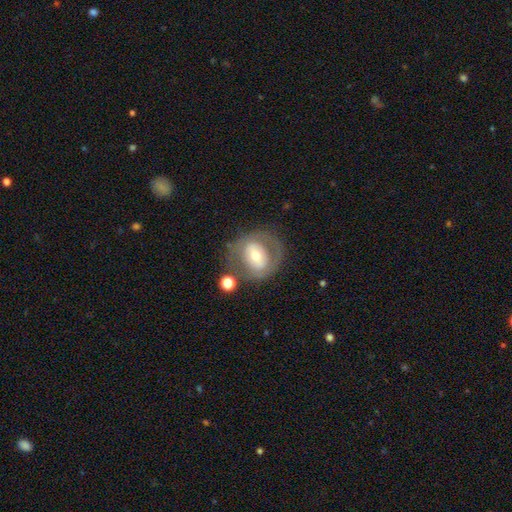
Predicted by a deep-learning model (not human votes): This appears to be a featured or disk galaxy (57%) with no bar (41%), no spiral arms (65%) and a moderate central bulge (60%). Merging: none (61%).